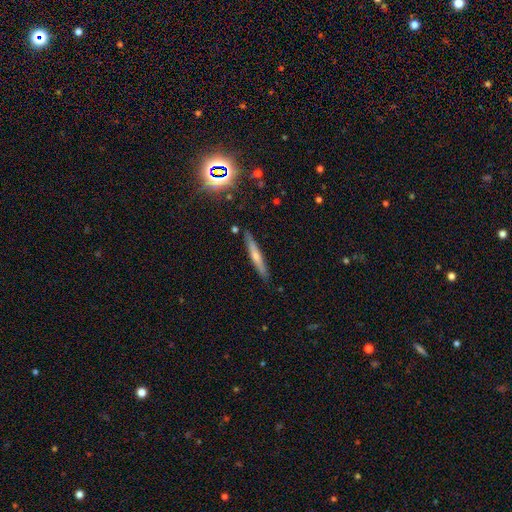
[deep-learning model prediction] Overall: featured or disk (51%; smooth 38%). Edge-on disk: yes (95%). Merging: none (88%).